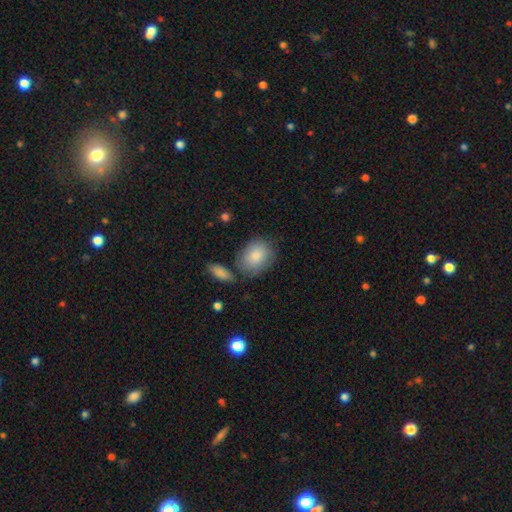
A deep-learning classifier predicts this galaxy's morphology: Smooth or featured: smooth — 86% (featured or disk — 8%)
How rounded: in between — 65% (round — 34%)
Merging: none — 66% (minor disturbance — 19%)